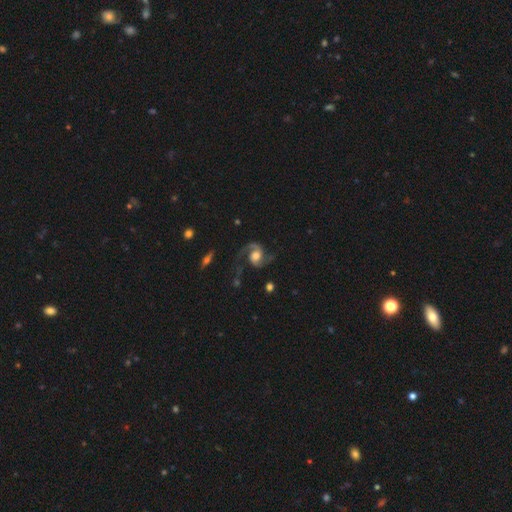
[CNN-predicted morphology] Q: Smooth or featured?
A: featured or disk (88%); runner-up: smooth (7%)
Q: Edge-on disk?
A: no (98%); runner-up: yes (2%)
Q: Bar?
A: no (58%); runner-up: weak (33%)
Q: Spiral arms?
A: yes (97%); runner-up: no (3%)
Q: Spiral winding?
A: medium (51%); runner-up: loose (39%)
Q: Spiral arm count?
A: 2 (91%); runner-up: 1 (5%)
Q: Bulge size?
A: moderate (48%); runner-up: large (36%)
Q: Merging?
A: none (69%); runner-up: minor disturbance (16%)